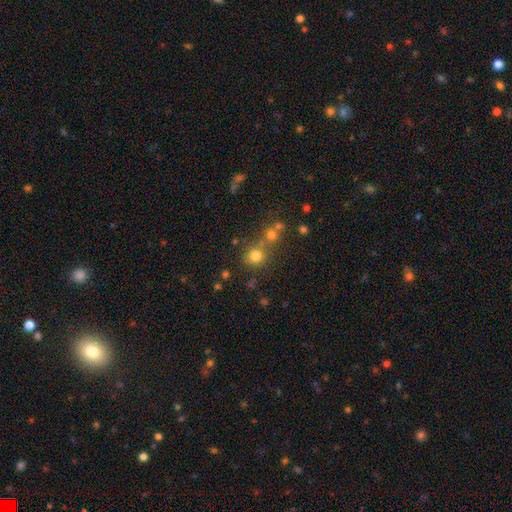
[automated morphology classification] A smooth galaxy with no disk features (75%) that is round (88%).

Vote fractions:
- Smooth or featured? smooth: 75% / star or artifact: 17% / featured or disk: 8%
- How rounded? round: 88% / in between: 11% / cigar-shaped: 1%
- Merging? none: 64% / merger: 23% / minor disturbance: 9% / major disturbance: 4%